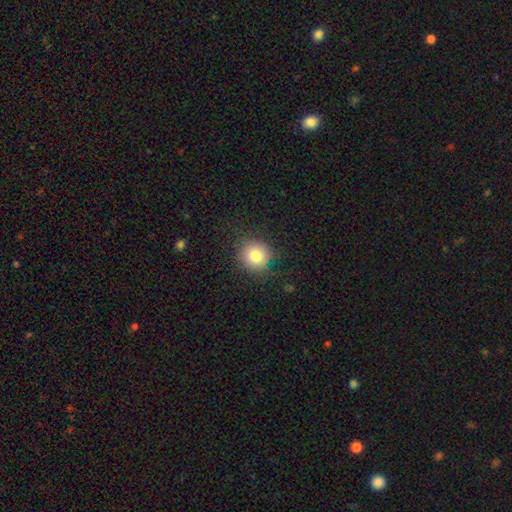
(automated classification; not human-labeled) smooth-or-featured: smooth: 80% | star or artifact: 11% | featured or disk: 9%
  how-rounded: round: 90% | in between: 9% | cigar-shaped: 1%
  merging: none: 85% | minor disturbance: 11% | major disturbance: 4% | merger: 1%